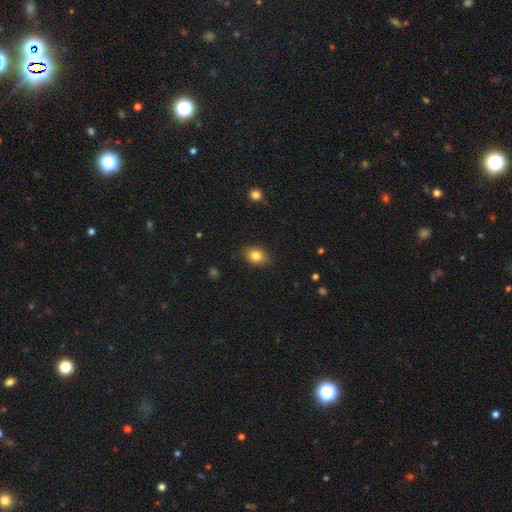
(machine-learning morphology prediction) smooth_or_featured: smooth (p=0.83) [alt: star or artifact p=0.10]
how_rounded: in between (p=0.67) [alt: round p=0.31]
merging: none (p=0.85) [alt: minor disturbance p=0.12]